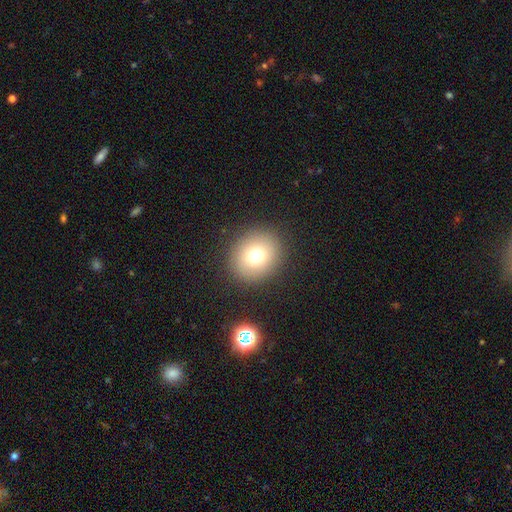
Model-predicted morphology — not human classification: This is likely a smooth galaxy (73%). How rounded: likely round (79%). Merging: clearly none (89%).